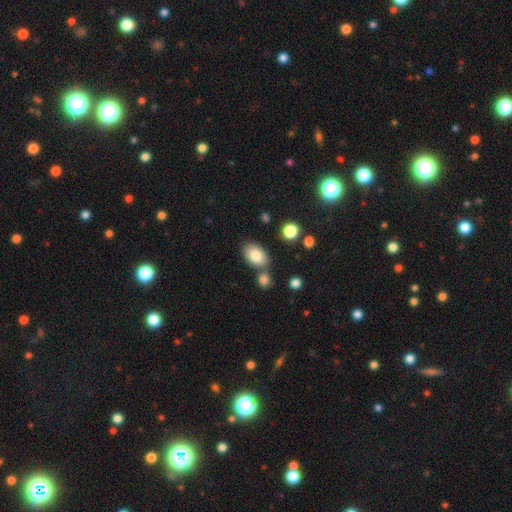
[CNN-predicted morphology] smooth 81%, featured or disk 11%, star or artifact 8%. Down the decision tree: how rounded — in between (89%); merging — none (70%).